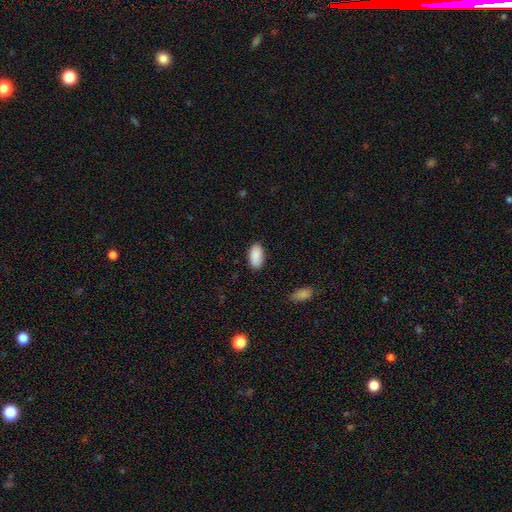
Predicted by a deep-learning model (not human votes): This is clearly a smooth galaxy (89%). How rounded: clearly in between (95%). Merging: clearly none (85%).